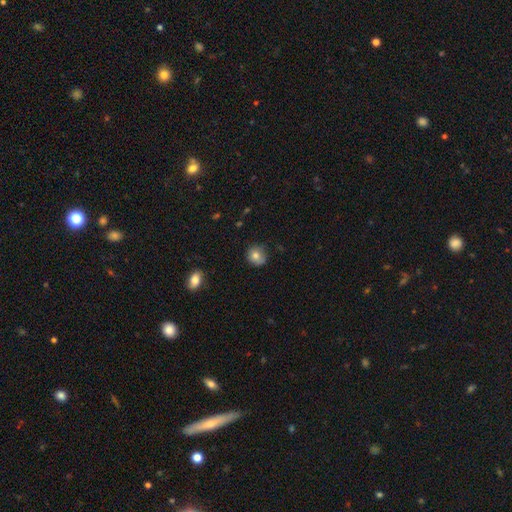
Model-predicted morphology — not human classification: smooth-or-featured: smooth: 78% | featured or disk: 12% | star or artifact: 10%
  how-rounded: round: 81% | in between: 18% | cigar-shaped: 1%
  merging: none: 71% | minor disturbance: 23% | major disturbance: 4% | merger: 1%